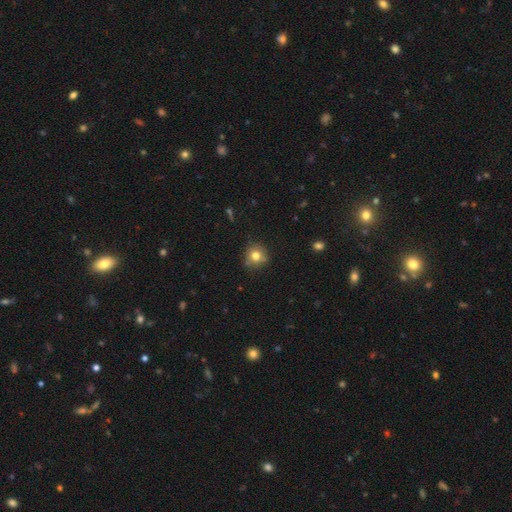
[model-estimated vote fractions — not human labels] Smooth or featured?
  - smooth: 76% *
  - star or artifact: 13%
  - featured or disk: 11%
How rounded?
  - round: 90% *
  - in between: 9%
  - cigar-shaped: 1%
Merging?
  - none: 80% *
  - minor disturbance: 13%
  - merger: 4%
  - major disturbance: 3%